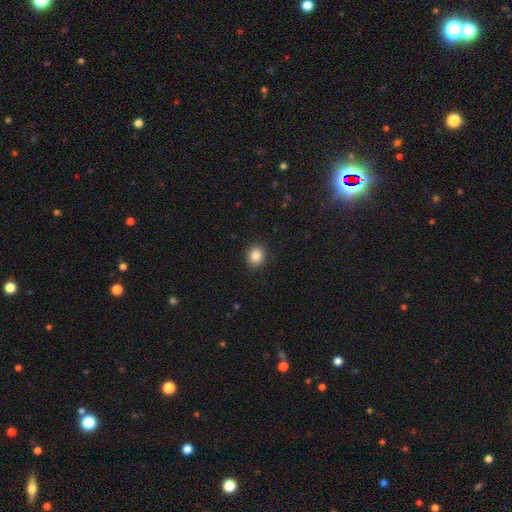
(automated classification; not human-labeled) The model was most divided on "how rounded": round: 65%, in between: 34%, cigar-shaped: 1%. More confident: merging — none (91%); smooth or featured — smooth (86%).